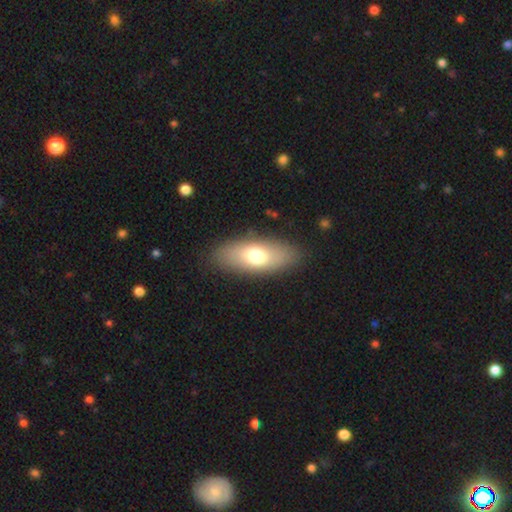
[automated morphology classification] A smooth galaxy with no disk features (69%) that is in between round and cigar-shaped (82%).

Vote fractions:
- Smooth or featured? smooth: 69% / featured or disk: 23% / star or artifact: 8%
- How rounded? in between: 82% / cigar-shaped: 13% / round: 4%
- Merging? none: 86% / minor disturbance: 9% / major disturbance: 3% / merger: 1%